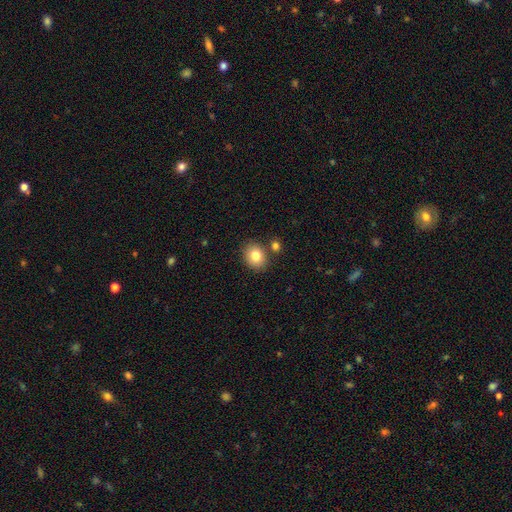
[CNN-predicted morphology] Smooth or featured: smooth — 81% (star or artifact — 10%)
How rounded: round — 57% (in between — 42%)
Merging: none — 78% (minor disturbance — 10%)